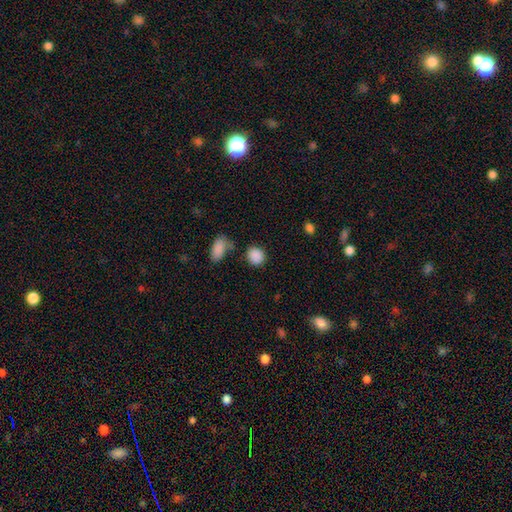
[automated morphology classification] A smooth galaxy with no disk features (88%) that is round (68%).

Vote fractions:
- Smooth or featured? smooth: 88% / star or artifact: 9% / featured or disk: 3%
- How rounded? round: 68% / in between: 31% / cigar-shaped: 1%
- Merging? none: 76% / minor disturbance: 12% / merger: 8% / major disturbance: 4%